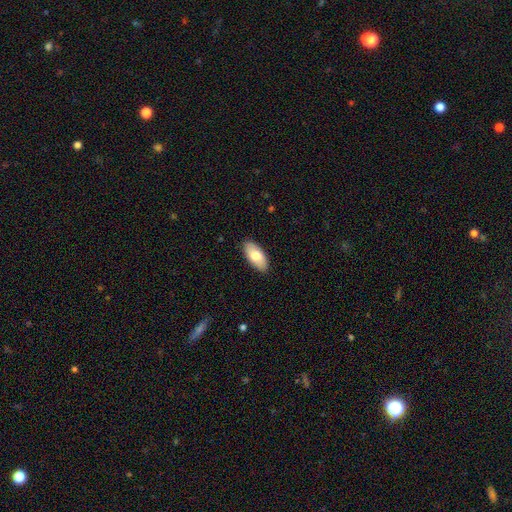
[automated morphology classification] A smooth galaxy with no disk features (77%) that is in between round and cigar-shaped (92%).

Vote fractions:
- Smooth or featured? smooth: 77% / featured or disk: 18% / star or artifact: 6%
- How rounded? in between: 92% / cigar-shaped: 6% / round: 2%
- Merging? none: 89% / minor disturbance: 8% / major disturbance: 2% / merger: 1%